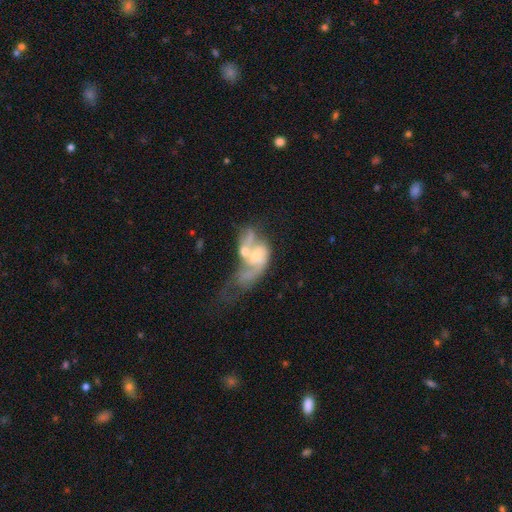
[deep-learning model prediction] Smooth or featured: featured or disk — 69% (smooth — 23%)
Edge-on disk: no — 96% (yes — 4%)
Bar: no — 56% (weak — 34%)
Spiral arms: yes — 72% (no — 28%)
Bulge size: moderate — 43% (small — 38%)
Merging: merger — 55% (major disturbance — 24%)